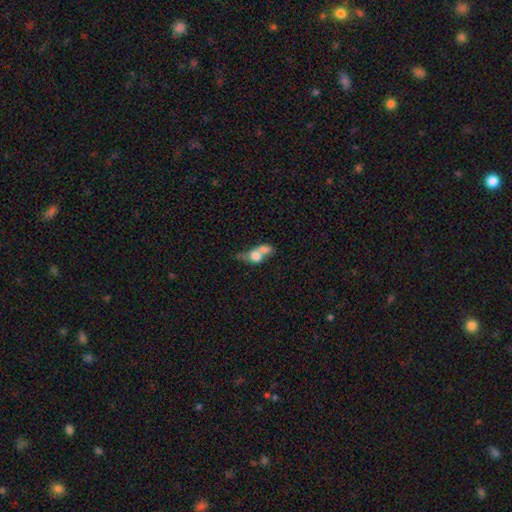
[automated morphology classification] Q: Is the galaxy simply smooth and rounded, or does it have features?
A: smooth — 63%.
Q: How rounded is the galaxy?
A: in between — 62%.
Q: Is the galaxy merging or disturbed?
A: merger — 68%.